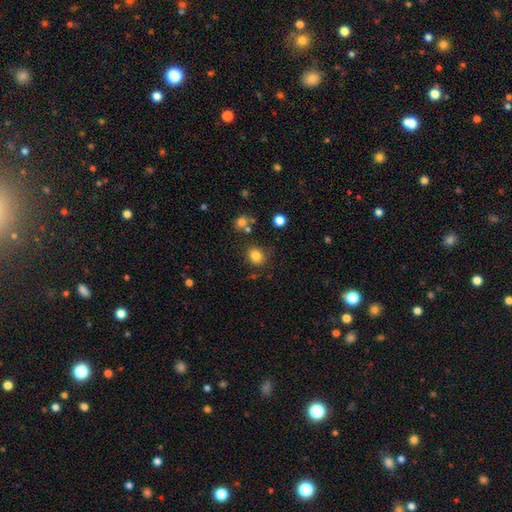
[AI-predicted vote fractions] Smooth or featured? smooth (82%)
How rounded? round (79%)
Merging? none (78%)